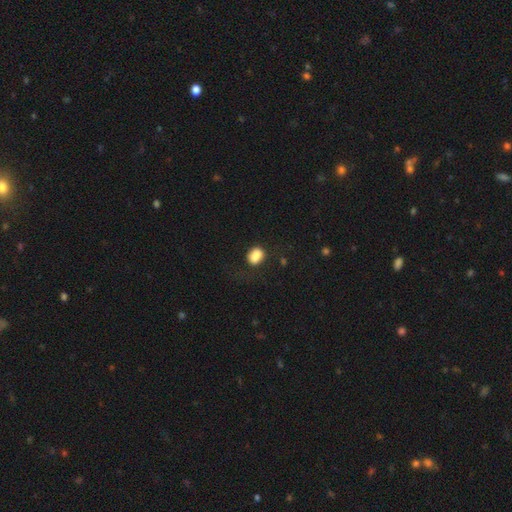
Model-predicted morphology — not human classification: This is clearly a smooth galaxy (86%). How rounded: likely in between (69%). Merging: likely none (66%).